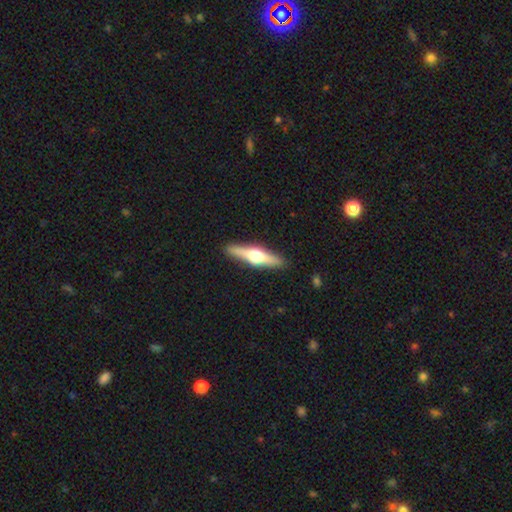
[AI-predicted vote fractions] Smooth or featured? Predicted: featured or disk (p=0.64). Edge-on disk? Predicted: yes (p=0.96). Edge-on bulge? Predicted: rounded (p=0.93). Merging? Predicted: none (p=0.90).